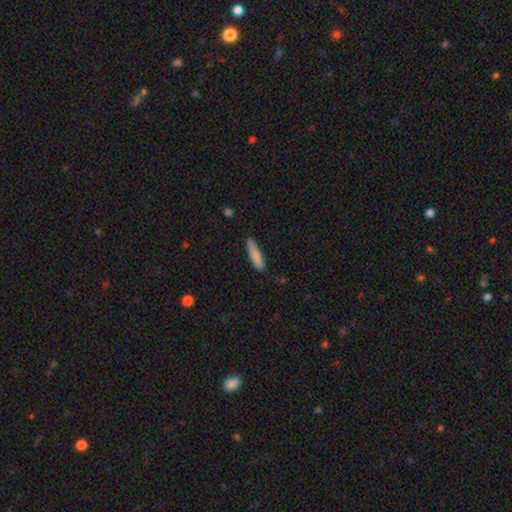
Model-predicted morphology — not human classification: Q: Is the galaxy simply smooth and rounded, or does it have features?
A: smooth — 83%.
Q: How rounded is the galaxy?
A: cigar-shaped — 82%.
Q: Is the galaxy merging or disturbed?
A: none — 83%.